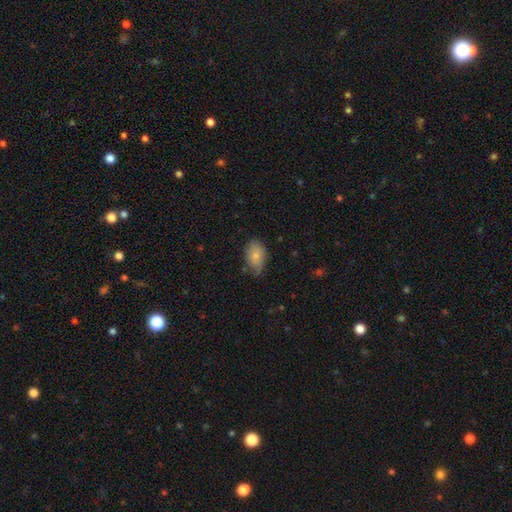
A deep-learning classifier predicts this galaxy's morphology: This appears to be a smooth galaxy with no disk features (78%) that is in between round and cigar-shaped (86%). Merging: none (53%).